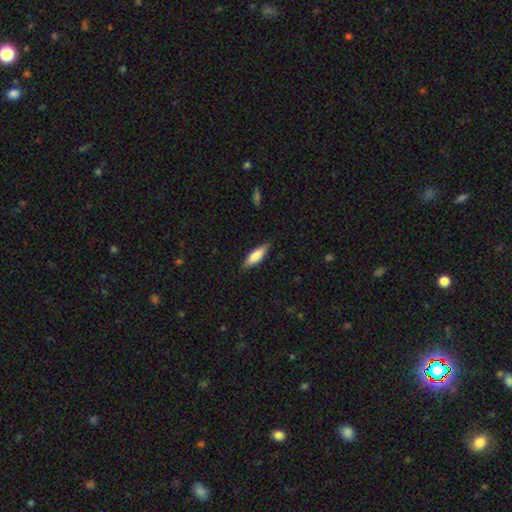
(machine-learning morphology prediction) This is likely a smooth galaxy (76%). How rounded: possibly in between (51%). Merging: clearly none (85%).